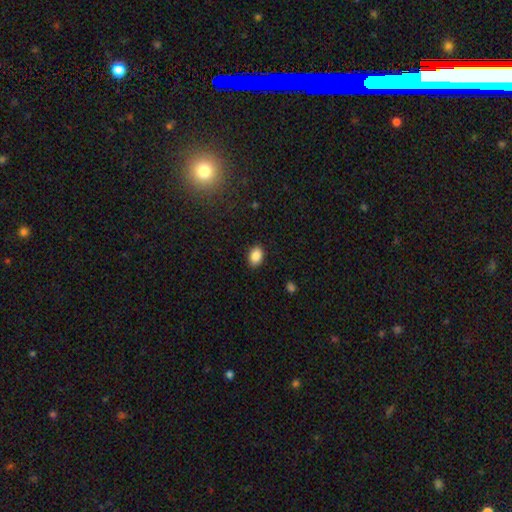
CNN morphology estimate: Smooth or featured?
  - smooth: 89% *
  - star or artifact: 8%
  - featured or disk: 3%
How rounded?
  - in between: 83% *
  - round: 16%
  - cigar-shaped: 1%
Merging?
  - none: 88% *
  - minor disturbance: 9%
  - major disturbance: 2%
  - merger: 1%